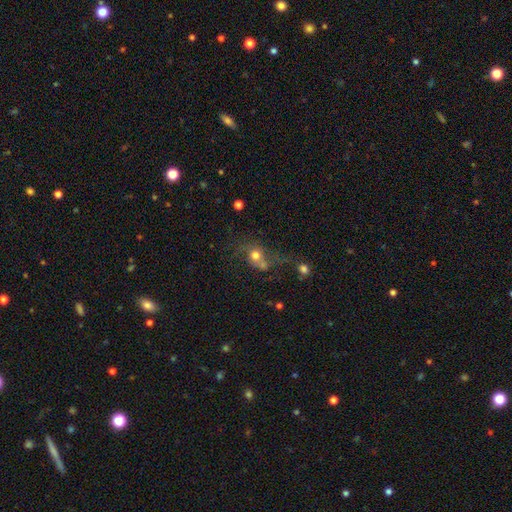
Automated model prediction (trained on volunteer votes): Smooth or featured?
  - smooth: 59% *
  - featured or disk: 25%
  - star or artifact: 15%
How rounded?
  - round: 71% *
  - in between: 27%
  - cigar-shaped: 2%
Merging?
  - none: 33% *
  - merger: 31%
  - major disturbance: 22%
  - minor disturbance: 15%